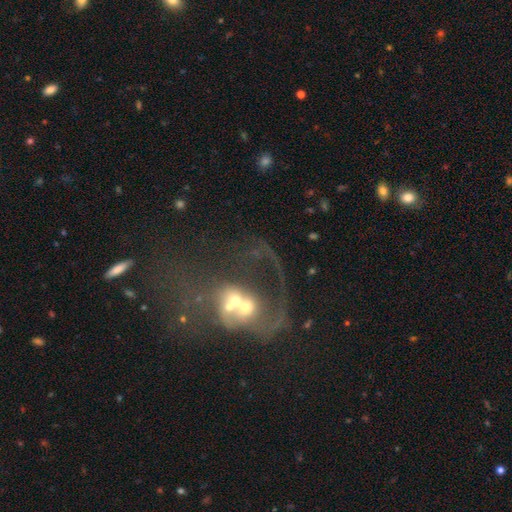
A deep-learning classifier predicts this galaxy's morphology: This is likely a featured or disk galaxy (66%). It is clearly not viewed edge-on (96%). Bar: likely no (69%). Spiral arm pattern: possibly yes (58%). Central bulge: possibly moderate (55%). Merging: likely merger (64%).